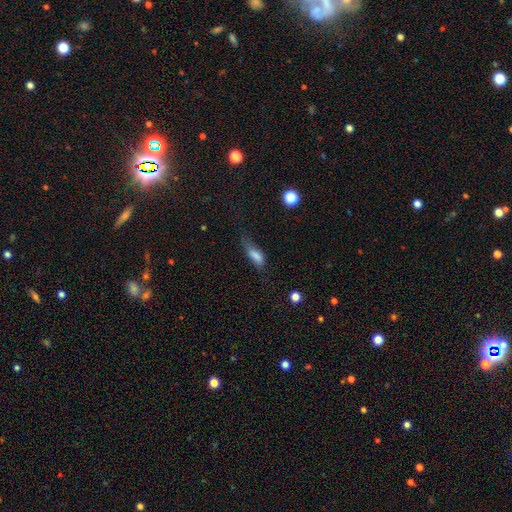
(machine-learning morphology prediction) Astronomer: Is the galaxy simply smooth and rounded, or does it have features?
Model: smooth — 75%.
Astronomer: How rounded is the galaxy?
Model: in between — 67%.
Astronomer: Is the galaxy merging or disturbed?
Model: none — 36% (runner-up: minor disturbance, 34%).